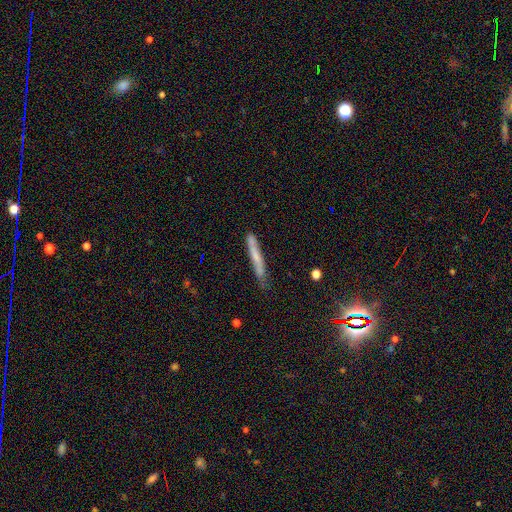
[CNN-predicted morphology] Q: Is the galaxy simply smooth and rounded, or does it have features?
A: smooth — 53%.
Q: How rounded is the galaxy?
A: cigar-shaped — 95%.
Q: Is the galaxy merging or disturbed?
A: none — 71%.